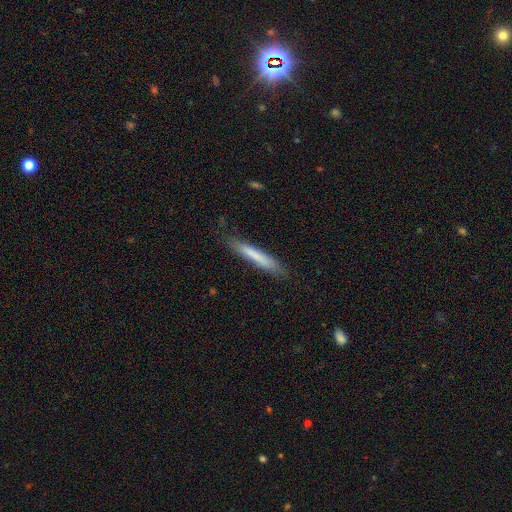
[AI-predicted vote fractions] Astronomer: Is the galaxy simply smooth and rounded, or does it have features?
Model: smooth — 73%.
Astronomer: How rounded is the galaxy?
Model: cigar-shaped — 95%.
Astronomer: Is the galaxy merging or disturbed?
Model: none — 83%.